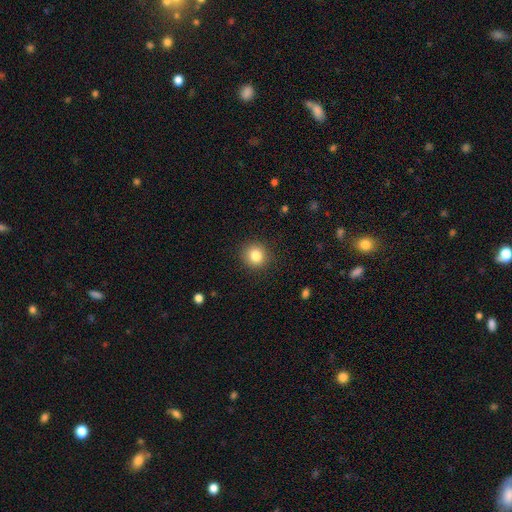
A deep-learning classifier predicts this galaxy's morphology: Smooth or featured: smooth — 83% (star or artifact — 10%)
How rounded: round — 90% (in between — 9%)
Merging: none — 90% (minor disturbance — 6%)